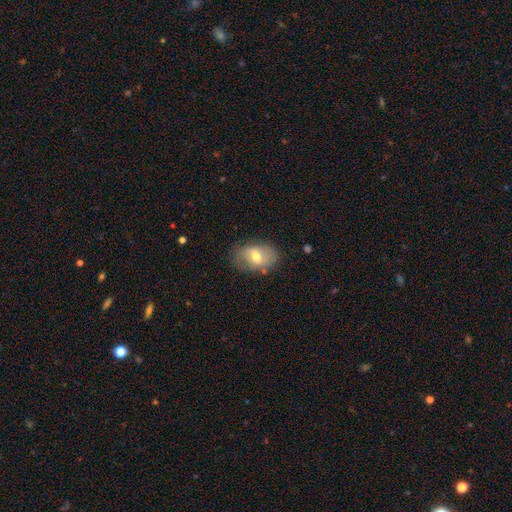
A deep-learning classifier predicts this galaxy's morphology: smooth-or-featured: smooth: 58% | featured or disk: 34% | star or artifact: 8%
  how-rounded: in between: 84% | round: 15% | cigar-shaped: 1%
  merging: none: 76% | minor disturbance: 18% | major disturbance: 5% | merger: 2%